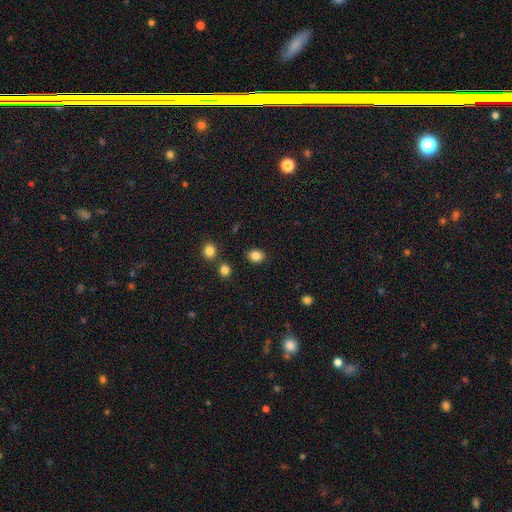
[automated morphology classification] smooth_or_featured: smooth (p=0.85) [alt: star or artifact p=0.11]
how_rounded: round (p=0.56) [alt: in between p=0.43]
merging: none (p=0.87) [alt: minor disturbance p=0.08]